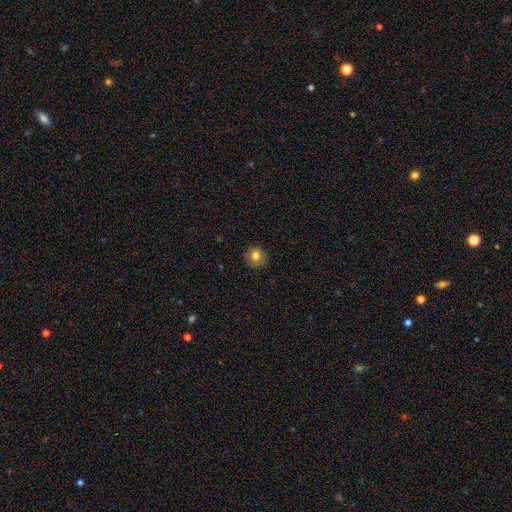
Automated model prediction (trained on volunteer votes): Morphology: type=smooth (76%); roundness=round (86%); merging=none (80%).